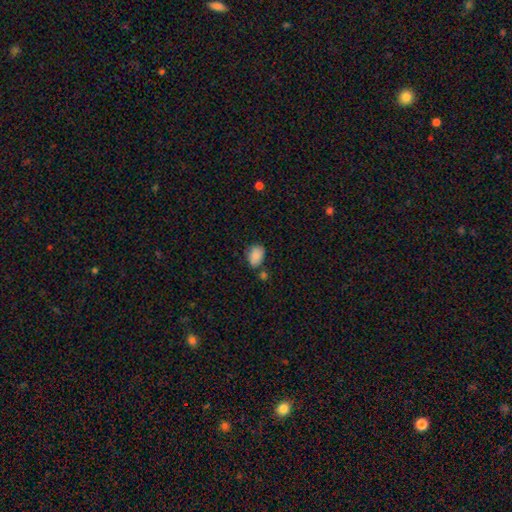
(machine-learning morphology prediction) smooth-or-featured: smooth: 87% | star or artifact: 8% | featured or disk: 5%
  how-rounded: in between: 76% | round: 23% | cigar-shaped: 1%
  merging: none: 59% | minor disturbance: 23% | merger: 13% | major disturbance: 6%